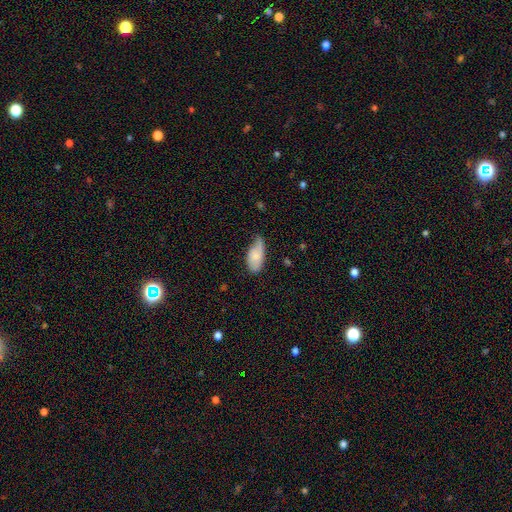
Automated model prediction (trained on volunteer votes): Smooth or featured?
  - smooth: 70% *
  - featured or disk: 24%
  - star or artifact: 6%
How rounded?
  - in between: 93% *
  - cigar-shaped: 4%
  - round: 3%
Merging?
  - minor disturbance: 45% *
  - none: 38%
  - major disturbance: 15%
  - merger: 2%